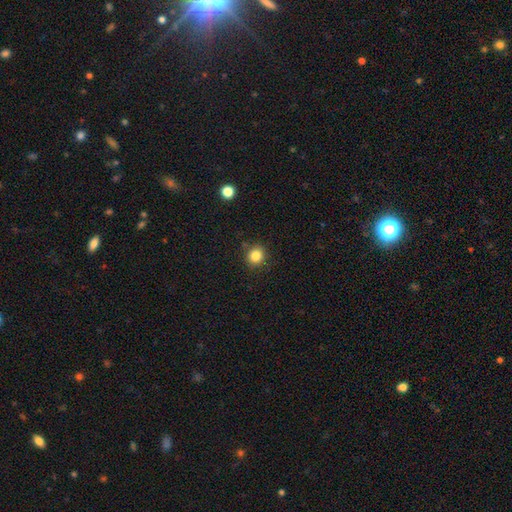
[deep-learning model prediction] This appears to be a smooth galaxy with no disk features (84%) that is round (86%). Merging: none (87%).